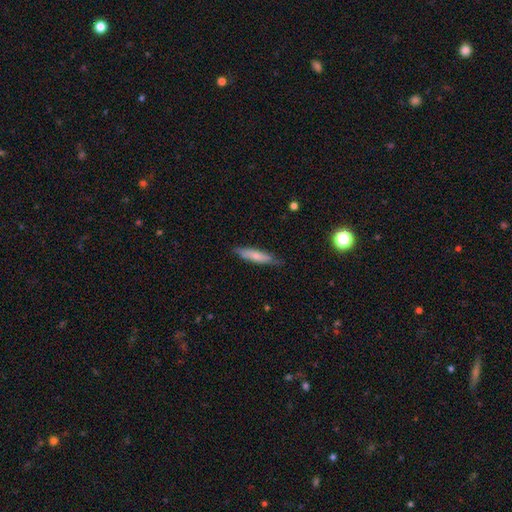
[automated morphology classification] smooth-or-featured: smooth: 70% | featured or disk: 24% | star or artifact: 6%
  how-rounded: cigar-shaped: 81% | in between: 17% | round: 1%
  merging: none: 79% | minor disturbance: 17% | major disturbance: 3% | merger: 1%